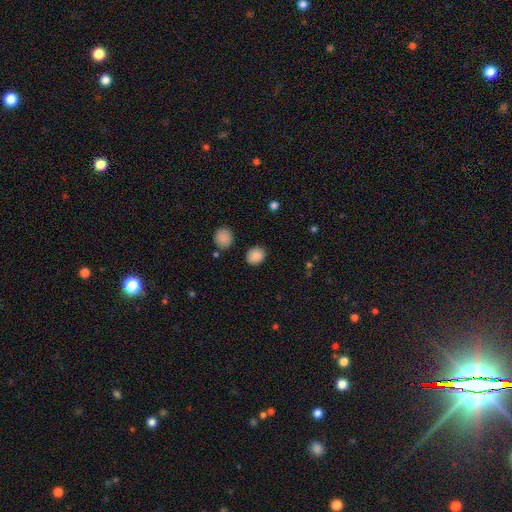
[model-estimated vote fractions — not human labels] smooth-or-featured: smooth: 87% | star or artifact: 9% | featured or disk: 3%
  how-rounded: round: 65% | in between: 34% | cigar-shaped: 1%
  merging: none: 86% | minor disturbance: 9% | major disturbance: 3% | merger: 2%